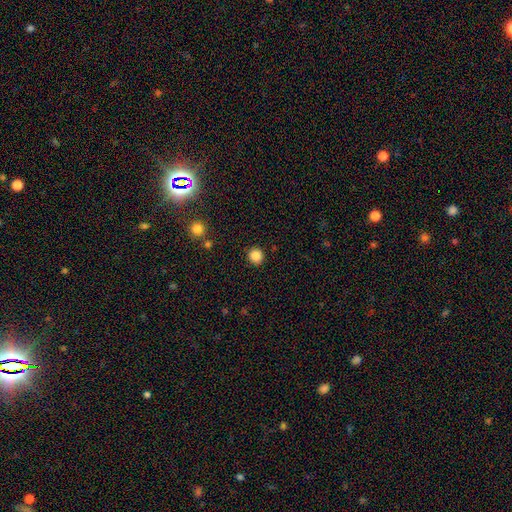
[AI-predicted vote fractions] Smooth or featured? smooth (86%)
How rounded? round (92%)
Merging? none (91%)